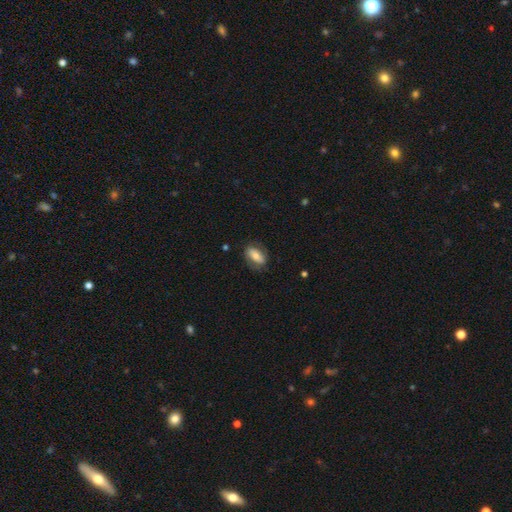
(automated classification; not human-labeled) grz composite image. It shows a smooth galaxy with no disk features (65%) that is in between round and cigar-shaped (86%). Merging: none (75%).